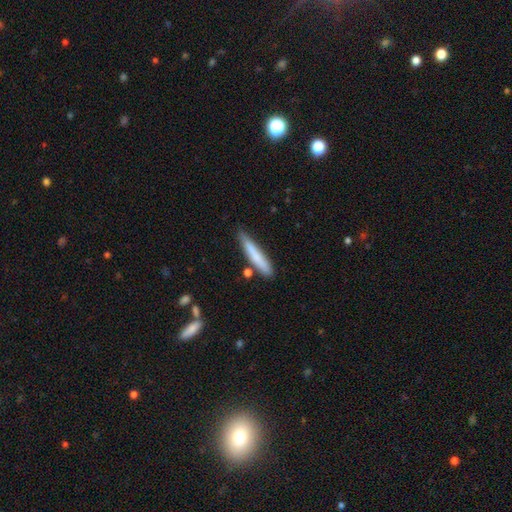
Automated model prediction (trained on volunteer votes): A smooth galaxy with no disk features (75%) that is cigar-shaped (93%).

Vote fractions:
- Smooth or featured? smooth: 75% / featured or disk: 19% / star or artifact: 6%
- How rounded? cigar-shaped: 93% / in between: 6% / round: 1%
- Merging? none: 78% / minor disturbance: 15% / merger: 4% / major disturbance: 3%